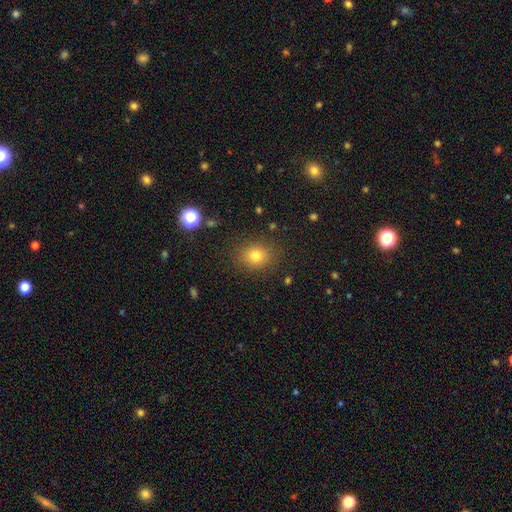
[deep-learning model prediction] smooth-or-featured: smooth: 79% | star or artifact: 14% | featured or disk: 7%
  how-rounded: round: 66% | in between: 33% | cigar-shaped: 1%
  merging: none: 86% | minor disturbance: 9% | major disturbance: 3% | merger: 1%